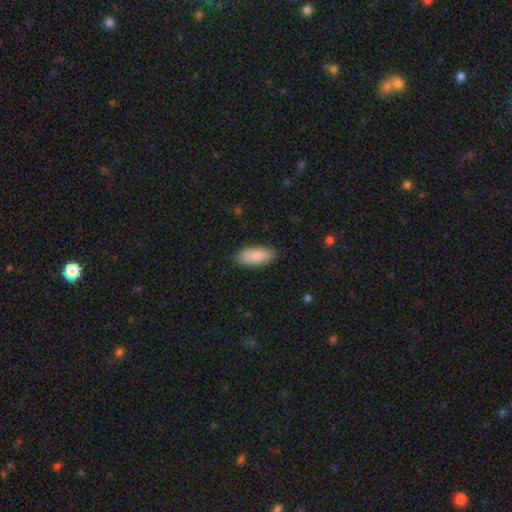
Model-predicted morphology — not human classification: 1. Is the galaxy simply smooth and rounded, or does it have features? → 88% smooth, 7% featured or disk, 6% star or artifact.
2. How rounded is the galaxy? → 86% in between, 12% cigar-shaped, 2% round.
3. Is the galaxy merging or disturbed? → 86% none, 10% minor disturbance, 2% major disturbance, 1% merger.